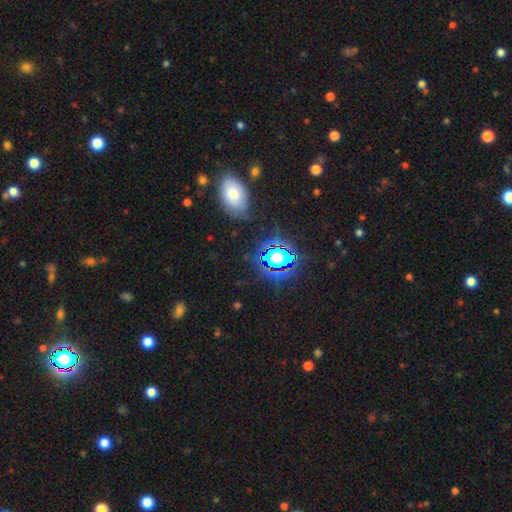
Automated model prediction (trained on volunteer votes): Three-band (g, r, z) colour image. It shows a star or artifact, not a galaxy (56%).